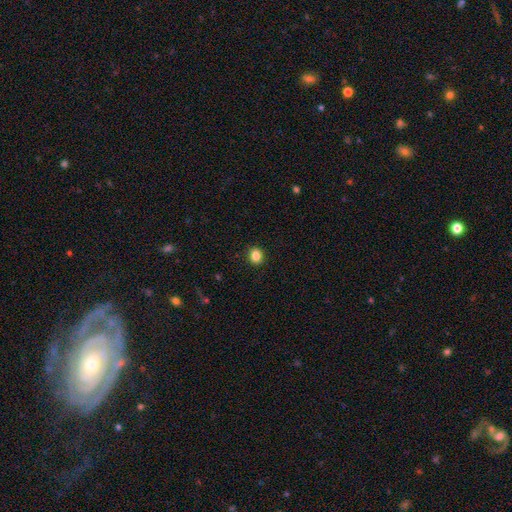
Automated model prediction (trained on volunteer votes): Overall: smooth (85%). How rounded: round (76%). Merging: none (92%).